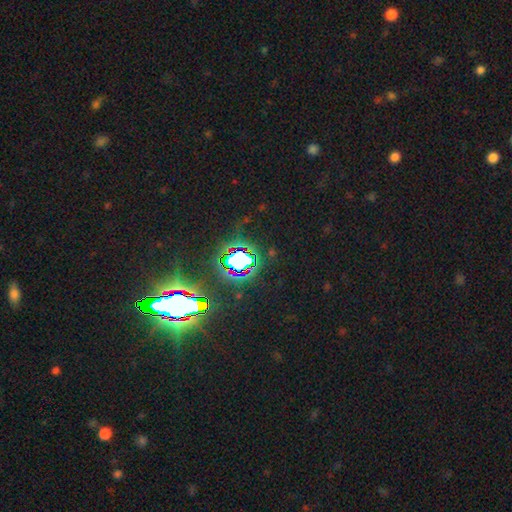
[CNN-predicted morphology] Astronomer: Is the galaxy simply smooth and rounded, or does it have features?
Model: star or artifact — 85%.